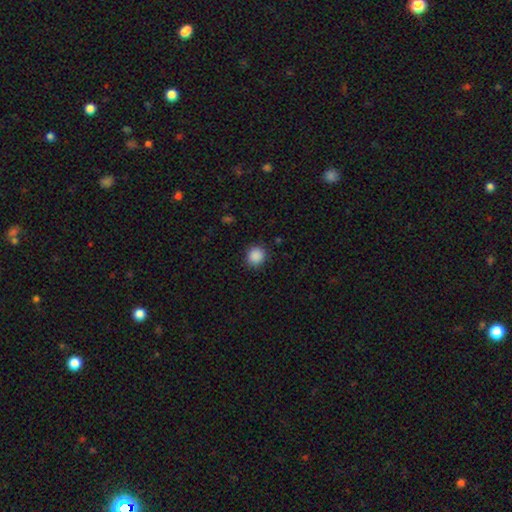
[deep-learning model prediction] A smooth galaxy with no disk features (88%) that is round (89%). Merging: none (89%).